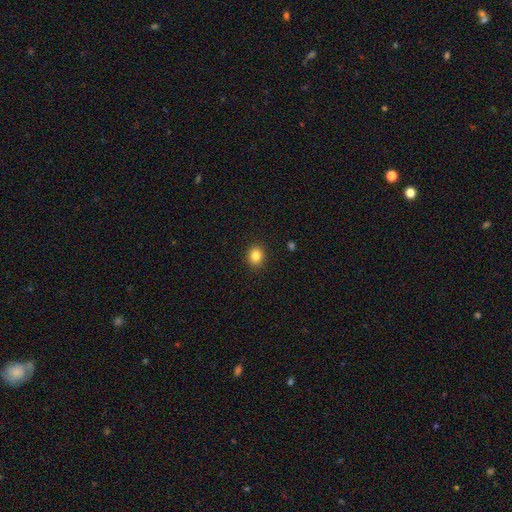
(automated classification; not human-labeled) smooth-or-featured: smooth: 84% | star or artifact: 10% | featured or disk: 5%
  how-rounded: round: 63% | in between: 36% | cigar-shaped: 1%
  merging: none: 91% | minor disturbance: 6% | major disturbance: 2% | merger: 1%